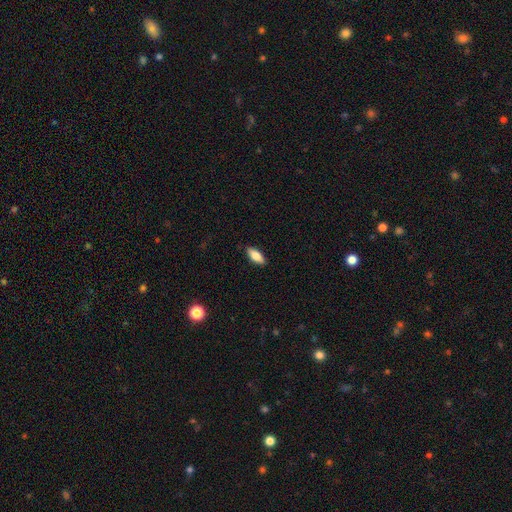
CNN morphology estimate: Smooth or featured: smooth — 79% (featured or disk — 14%)
How rounded: in between — 82% (cigar-shaped — 15%)
Merging: none — 88% (minor disturbance — 10%)